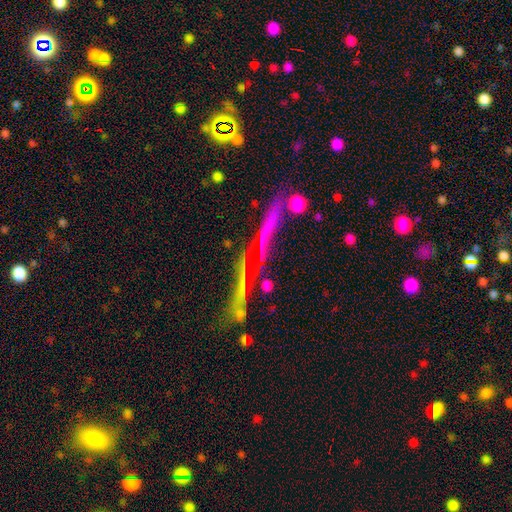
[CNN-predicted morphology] Overall: featured or disk (43%; star or artifact 35%). Merging: none (73%).